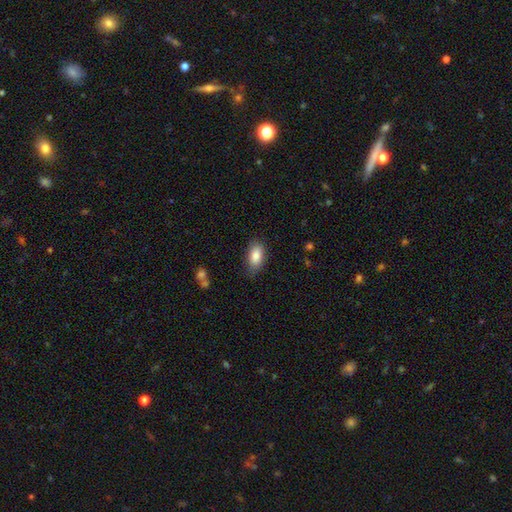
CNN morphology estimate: smooth-or-featured: smooth: 85% | featured or disk: 8% | star or artifact: 7%
  how-rounded: in between: 91% | round: 5% | cigar-shaped: 5%
  merging: none: 77% | minor disturbance: 18% | major disturbance: 3% | merger: 1%